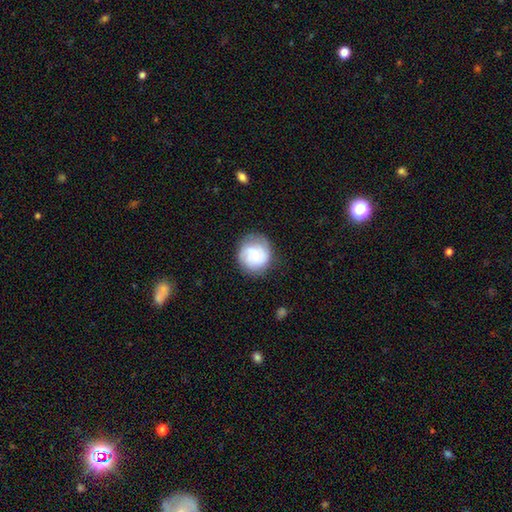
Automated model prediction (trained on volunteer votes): smooth_or_featured: featured or disk (p=0.48) [alt: smooth p=0.45]
merging: none (p=0.76) [alt: minor disturbance p=0.17]